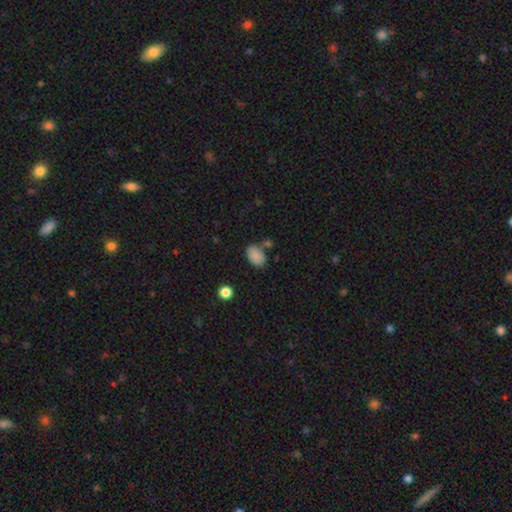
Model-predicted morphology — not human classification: Smooth or featured?
  - smooth: 87% *
  - star or artifact: 9%
  - featured or disk: 5%
How rounded?
  - in between: 87% *
  - round: 12%
  - cigar-shaped: 1%
Merging?
  - none: 65% *
  - minor disturbance: 18%
  - merger: 12%
  - major disturbance: 5%